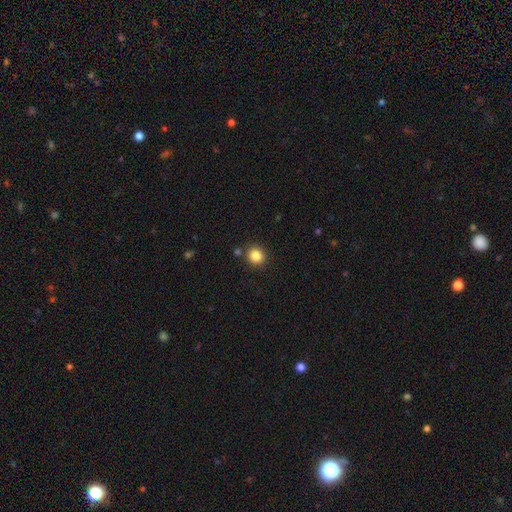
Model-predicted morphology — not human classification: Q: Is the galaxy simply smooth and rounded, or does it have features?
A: smooth — 85%.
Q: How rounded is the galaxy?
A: round — 88%.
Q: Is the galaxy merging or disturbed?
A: none — 86%.